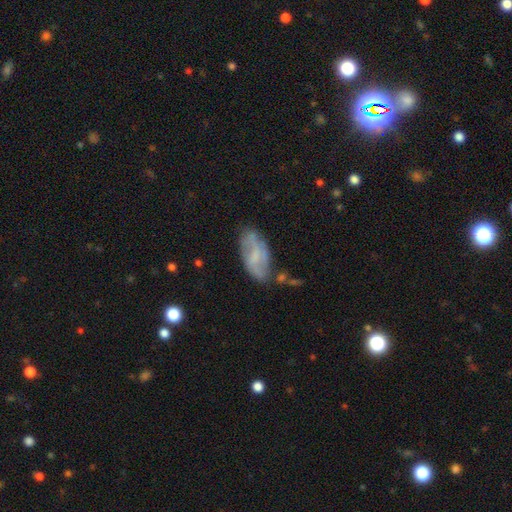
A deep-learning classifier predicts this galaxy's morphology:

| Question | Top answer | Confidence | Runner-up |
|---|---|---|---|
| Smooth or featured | featured or disk | 51% | smooth (41%) |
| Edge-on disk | no | 91% | yes (9%) |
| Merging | none | 62% | minor disturbance (24%) |